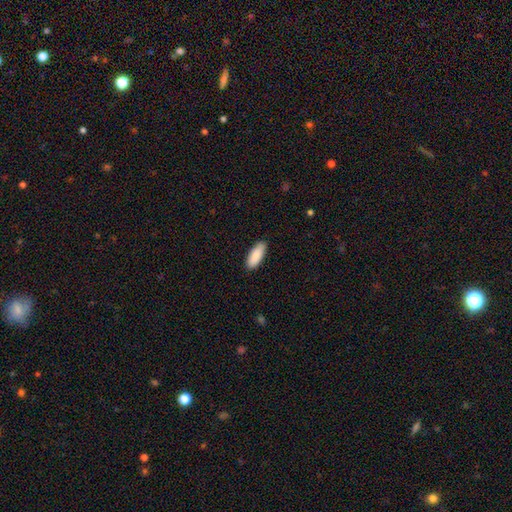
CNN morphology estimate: Overall: smooth (89%). How rounded: in between (78%). Merging: none (88%).